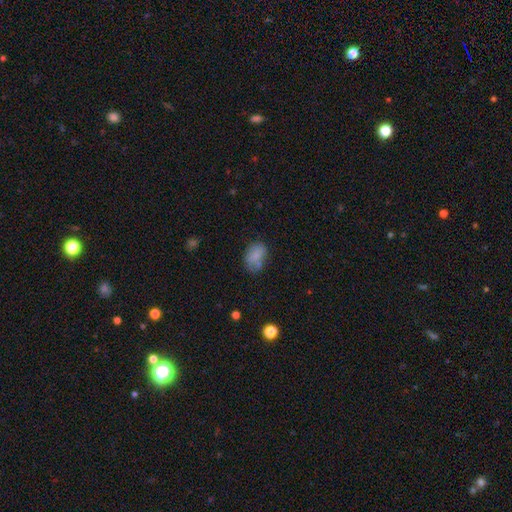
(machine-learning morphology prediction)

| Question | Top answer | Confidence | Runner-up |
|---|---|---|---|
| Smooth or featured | smooth | 76% | featured or disk (14%) |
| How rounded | in between | 81% | round (18%) |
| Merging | none | 56% | minor disturbance (25%) |